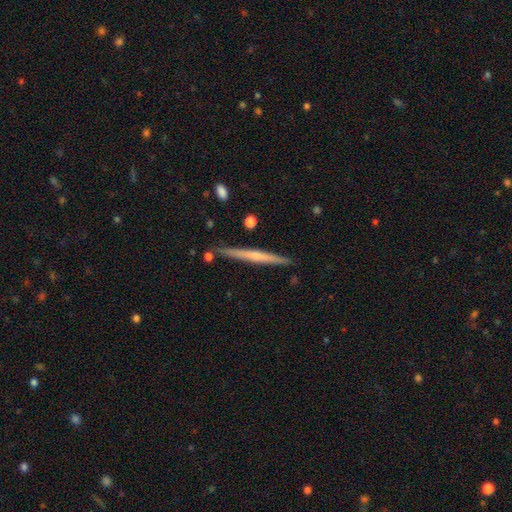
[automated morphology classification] The model was most divided on "edge-on bulge": none: 52%, rounded: 41%, boxy: 6%. More confident: edge-on disk — yes (98%); merging — none (87%); smooth or featured — featured or disk (58%).